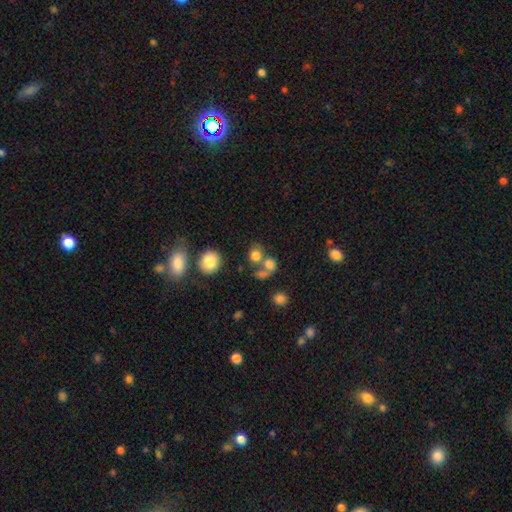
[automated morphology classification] A smooth galaxy with no disk features (77%) that is round (73%). Merging: none (44%).